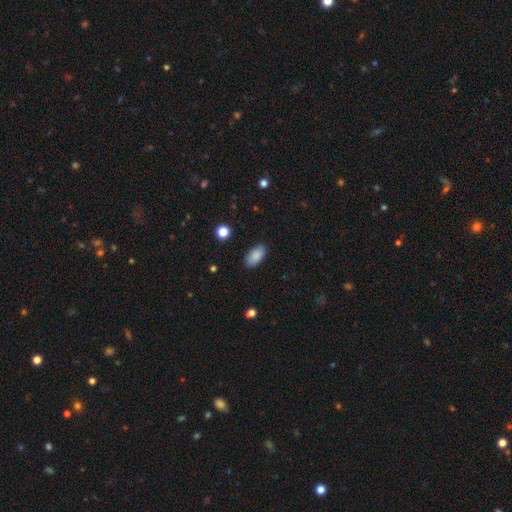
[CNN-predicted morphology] This is clearly a smooth galaxy (88%). How rounded: clearly in between (94%). Merging: clearly none (87%).